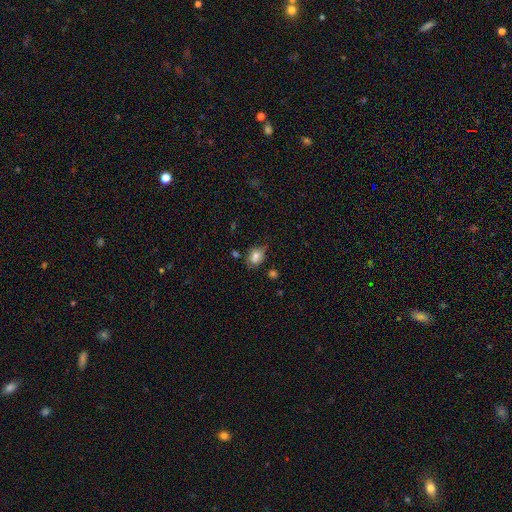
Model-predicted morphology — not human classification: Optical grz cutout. It shows a smooth galaxy with no disk features (72%) that is in between round and cigar-shaped (58%). Merging: none (60%).